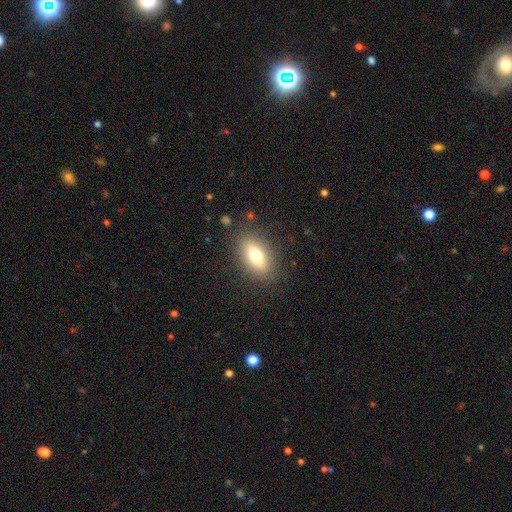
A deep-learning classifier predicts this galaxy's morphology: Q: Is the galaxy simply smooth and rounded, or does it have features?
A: smooth — 69%.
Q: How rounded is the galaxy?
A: in between — 81%.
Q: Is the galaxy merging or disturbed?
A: none — 84%.